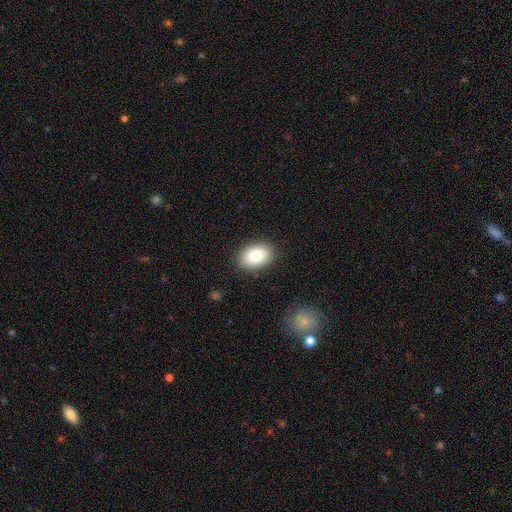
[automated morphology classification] This appears to be a smooth galaxy with no disk features (84%) that is in between round and cigar-shaped (84%). Merging: none (88%).